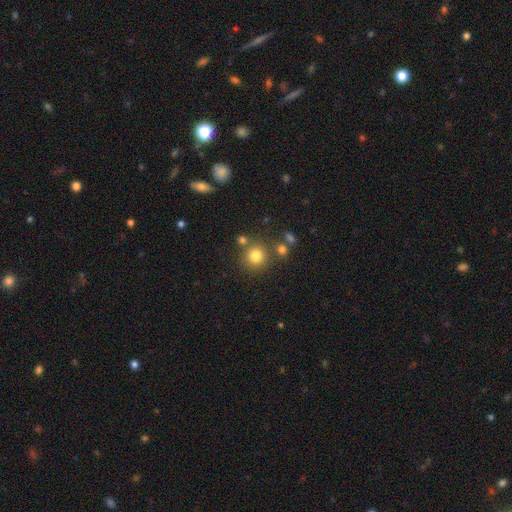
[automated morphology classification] The model was most divided on "merging": none: 76%, merger: 11%, minor disturbance: 9%, major disturbance: 4%. More confident: how rounded — round (91%); smooth or featured — smooth (79%).